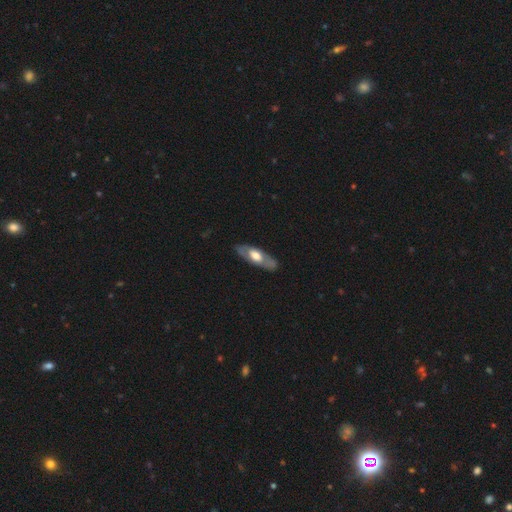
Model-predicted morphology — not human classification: featured or disk 55%, smooth 40%, star or artifact 5%. Down the decision tree: edge-on disk — no (67%); merging — none (81%).